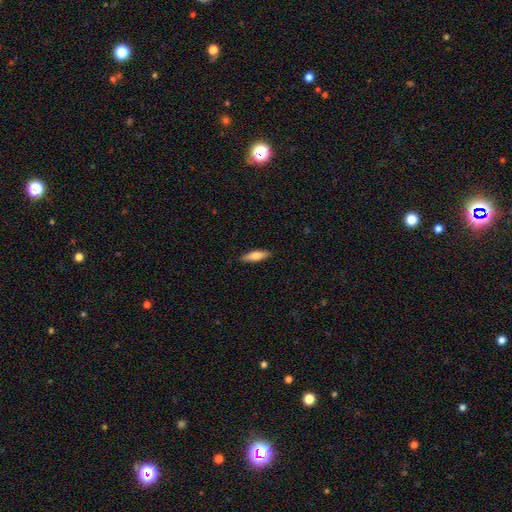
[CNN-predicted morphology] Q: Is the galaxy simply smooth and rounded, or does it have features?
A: smooth — 71%.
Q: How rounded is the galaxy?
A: cigar-shaped — 57%.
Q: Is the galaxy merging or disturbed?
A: none — 89%.